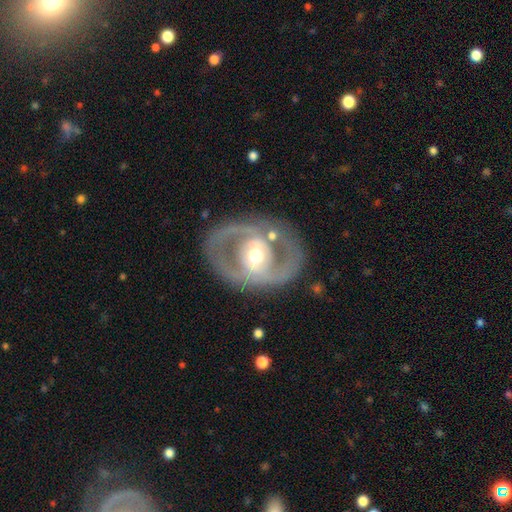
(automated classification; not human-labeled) A featured or disk galaxy (79%) with no bar (41%), spiral arms (56%) and a moderate central bulge (71%).

Vote fractions:
- Smooth or featured? featured or disk: 79% / smooth: 16% / star or artifact: 5%
- Edge-on disk? no: 95% / yes: 5%
- Bar? no: 41% / weak: 34% / strong: 24%
- Spiral arms? yes: 56% / no: 44%
- Bulge size? moderate: 71% / large: 14% / small: 13% / dominant: 1% / none: 1%
- Merging? none: 74% / minor disturbance: 13% / major disturbance: 9% / merger: 3%